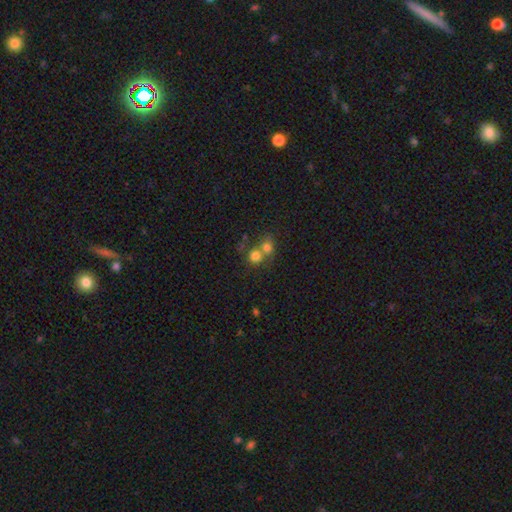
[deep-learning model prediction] This is likely a smooth galaxy (75%). How rounded: clearly round (84%). Merging: possibly merger (53%).